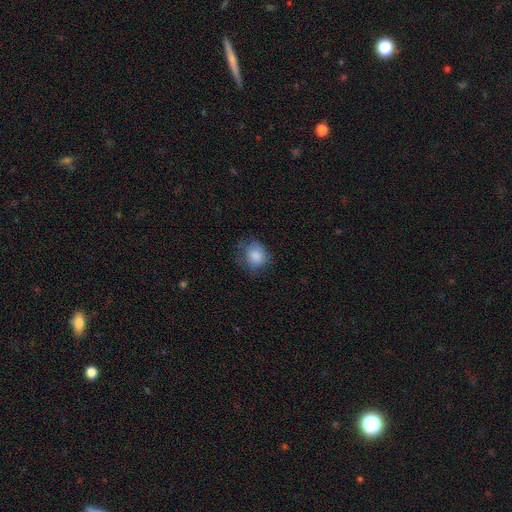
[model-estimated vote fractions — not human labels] smooth-or-featured: smooth: 81% | featured or disk: 11% | star or artifact: 8%
  how-rounded: round: 63% | in between: 36% | cigar-shaped: 1%
  merging: none: 56% | minor disturbance: 28% | major disturbance: 14% | merger: 1%